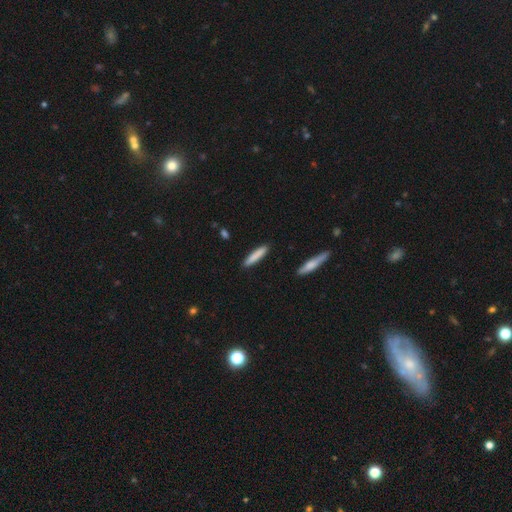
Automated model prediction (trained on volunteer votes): Smooth or featured? Predicted: smooth (p=0.83). How rounded? Predicted: cigar-shaped (p=0.87). Merging? Predicted: none (p=0.90).